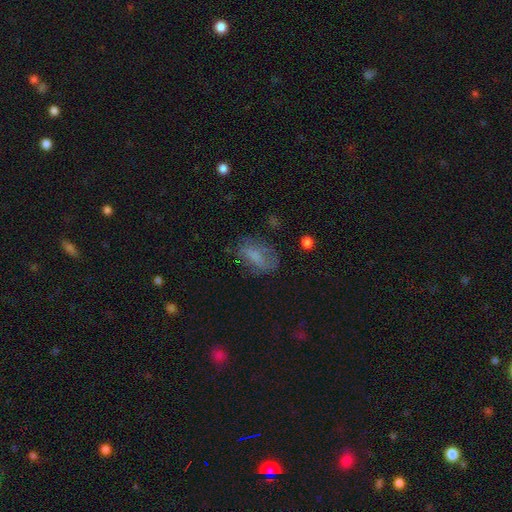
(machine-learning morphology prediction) The model was most divided on "merging": none: 55%, minor disturbance: 25%, major disturbance: 17%, merger: 2%. More confident: how rounded — in between (83%); smooth or featured — smooth (63%).